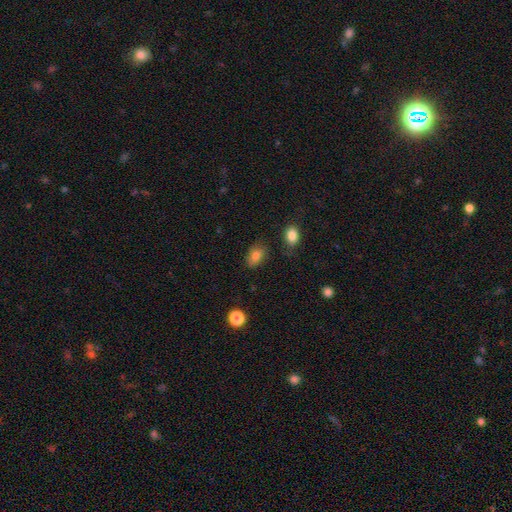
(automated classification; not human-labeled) A smooth galaxy with no disk features (83%) that is in between round and cigar-shaped (85%).

Vote fractions:
- Smooth or featured? smooth: 83% / star or artifact: 9% / featured or disk: 8%
- How rounded? in between: 85% / round: 14% / cigar-shaped: 2%
- Merging? none: 76% / minor disturbance: 17% / major disturbance: 4% / merger: 3%